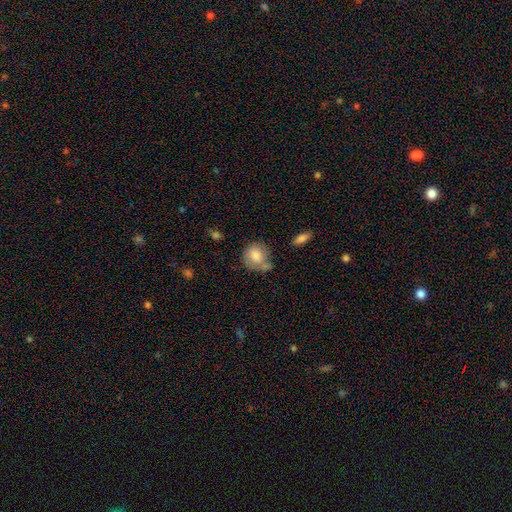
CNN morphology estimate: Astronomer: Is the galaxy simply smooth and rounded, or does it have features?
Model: smooth — 78%.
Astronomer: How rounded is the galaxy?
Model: round — 78%.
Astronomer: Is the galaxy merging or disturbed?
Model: none — 49% (runner-up: minor disturbance, 24%).